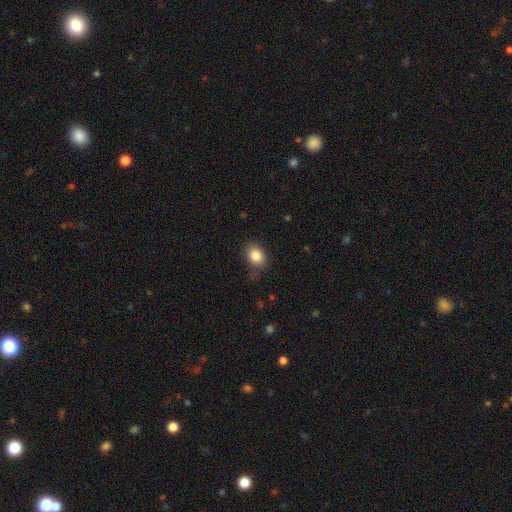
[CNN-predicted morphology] type=smooth (85%); roundness=in between (59%); merging=none (77%).